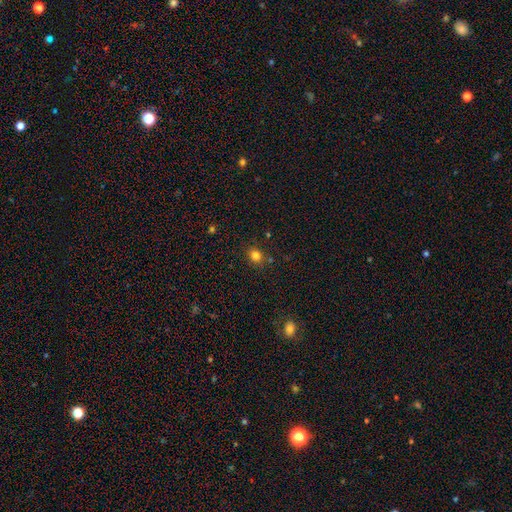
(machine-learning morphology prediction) Smooth or featured? smooth (81%)
How rounded? round (66%)
Merging? none (83%)